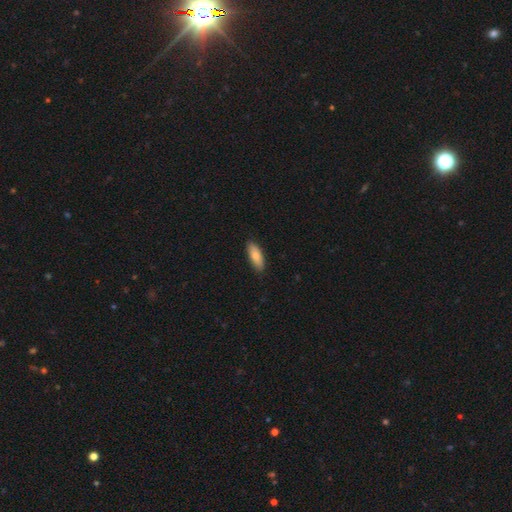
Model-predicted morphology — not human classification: A smooth galaxy with no disk features (81%) that is in between round and cigar-shaped (69%). Merging: none (88%).